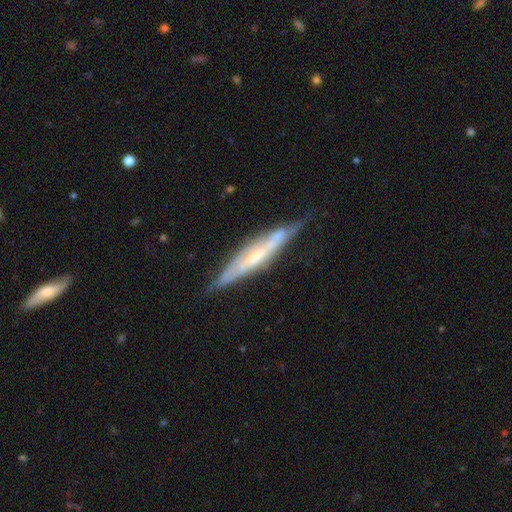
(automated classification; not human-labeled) A featured or disk galaxy (72%) viewed edge-on (80%) with no central bulge (42%). Merging: none (69%).